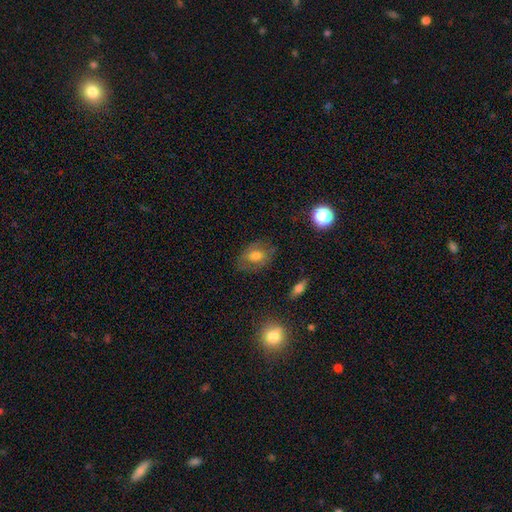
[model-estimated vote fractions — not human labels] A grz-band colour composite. It shows a smooth galaxy with no disk features (66%) that is in between round and cigar-shaped (68%). Merging: none (72%).